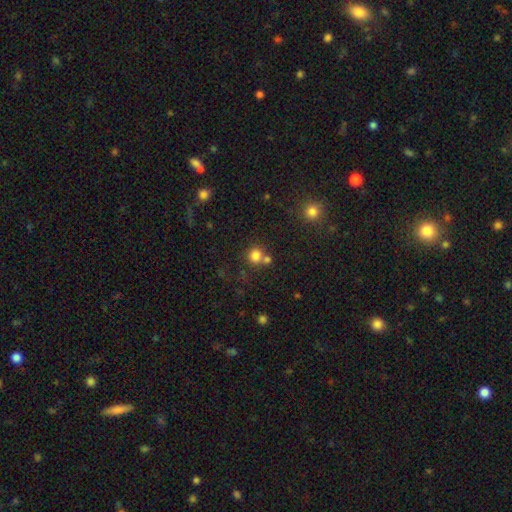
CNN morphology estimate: The model was most divided on "merging": none: 58%, merger: 30%, minor disturbance: 8%, major disturbance: 4%. More confident: how rounded — round (88%); smooth or featured — smooth (80%).